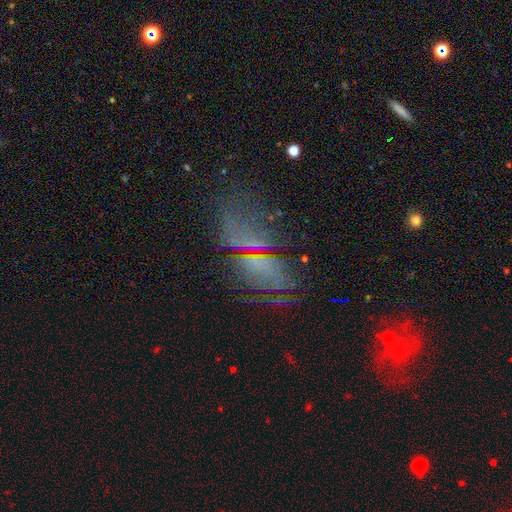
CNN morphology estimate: This appears to be a featured or disk galaxy (39%). Merging: none (50%).